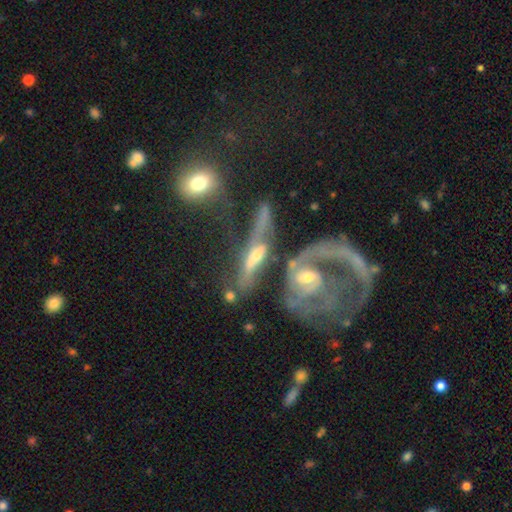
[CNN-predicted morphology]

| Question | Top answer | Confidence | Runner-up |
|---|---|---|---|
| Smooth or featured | featured or disk | 68% | smooth (22%) |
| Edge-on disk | no | 62% | yes (38%) |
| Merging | merger | 41% | none (25%) |